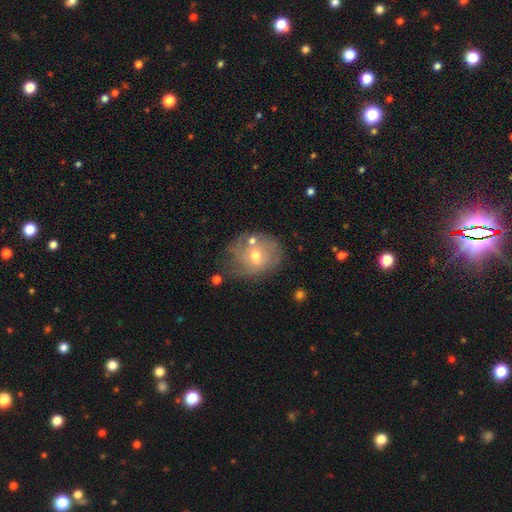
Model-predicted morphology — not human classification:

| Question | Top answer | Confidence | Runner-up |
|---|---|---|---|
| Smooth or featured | featured or disk | 49% | smooth (41%) |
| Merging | none | 52% | minor disturbance (26%) |